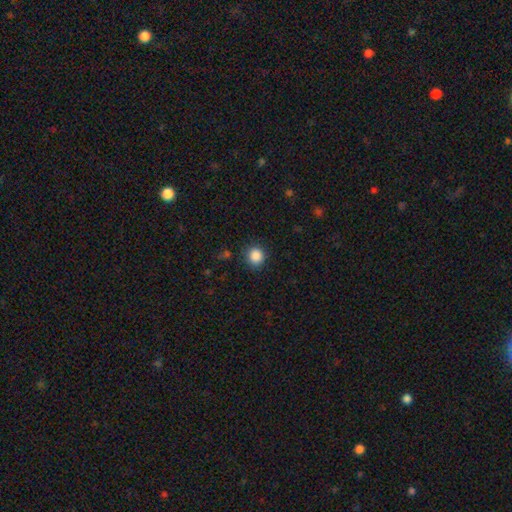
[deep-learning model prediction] This appears to be a smooth galaxy with no disk features (87%) that is round (84%). Merging: none (87%).